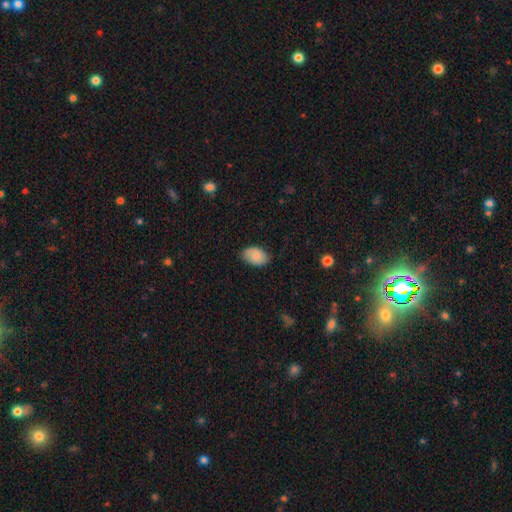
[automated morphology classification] A smooth galaxy with no disk features (82%) that is in between round and cigar-shaped (89%).

Vote fractions:
- Smooth or featured? smooth: 82% / featured or disk: 11% / star or artifact: 7%
- How rounded? in between: 89% / round: 10% / cigar-shaped: 1%
- Merging? none: 77% / minor disturbance: 19% / major disturbance: 3% / merger: 1%